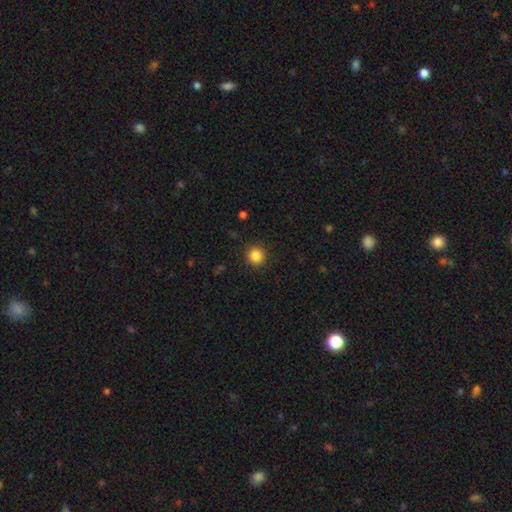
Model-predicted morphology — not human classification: smooth-or-featured: smooth: 85% | star or artifact: 11% | featured or disk: 4%
  how-rounded: round: 95% | in between: 4% | cigar-shaped: 1%
  merging: none: 92% | minor disturbance: 5% | major disturbance: 2% | merger: 1%